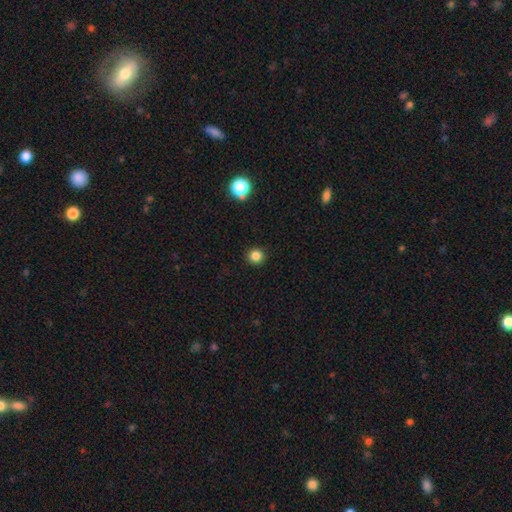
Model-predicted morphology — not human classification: A smooth galaxy with no disk features (83%) that is round (93%).

Vote fractions:
- Smooth or featured? smooth: 83% / star or artifact: 12% / featured or disk: 4%
- How rounded? round: 93% / in between: 6% / cigar-shaped: 1%
- Merging? none: 92% / minor disturbance: 5% / major disturbance: 2% / merger: 1%